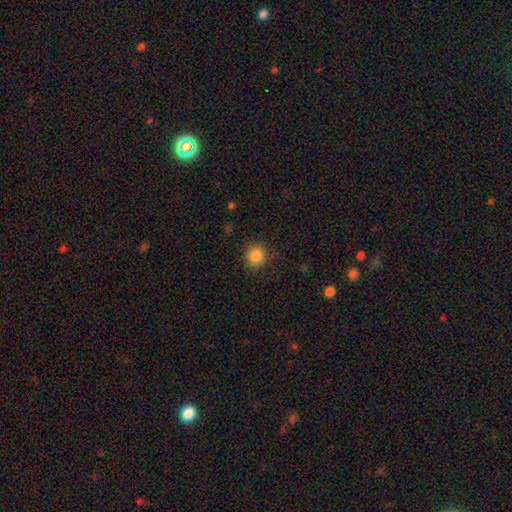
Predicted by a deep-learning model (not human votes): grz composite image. It shows a smooth galaxy with no disk features (86%) that is round (87%). Merging: none (85%).